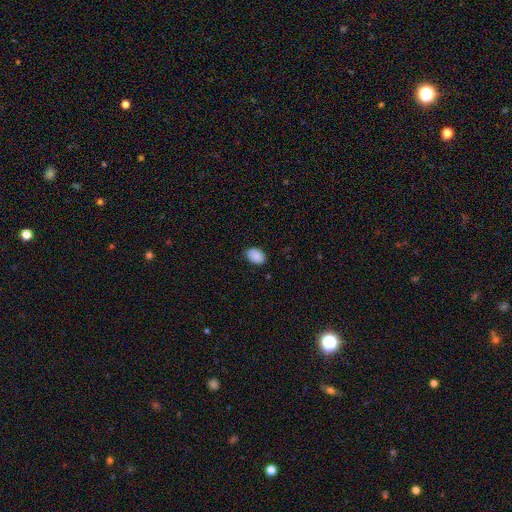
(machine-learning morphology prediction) smooth-or-featured: smooth: 89% | star or artifact: 7% | featured or disk: 3%
  how-rounded: in between: 80% | round: 19% | cigar-shaped: 1%
  merging: none: 81% | minor disturbance: 15% | major disturbance: 3% | merger: 1%